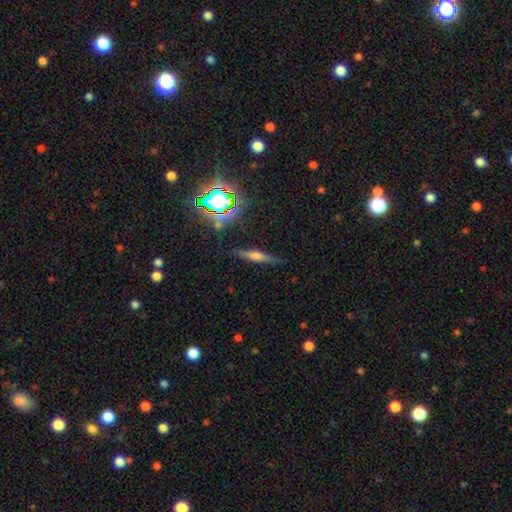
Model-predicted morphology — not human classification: type=featured or disk (45%); merging=none (84%).